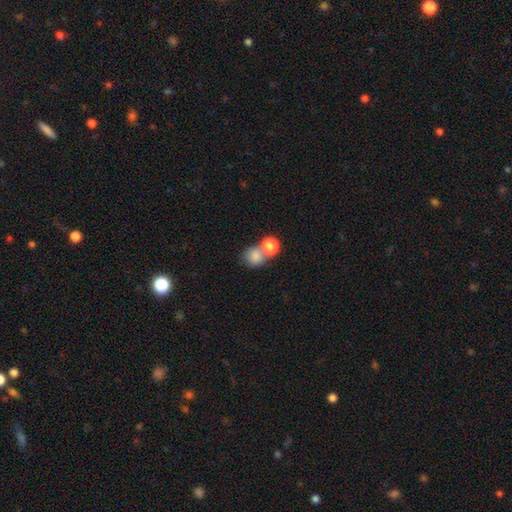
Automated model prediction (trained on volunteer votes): Q: Smooth or featured?
A: smooth (80%); runner-up: star or artifact (11%)
Q: How rounded?
A: round (72%); runner-up: in between (27%)
Q: Merging?
A: merger (45%); runner-up: none (40%)